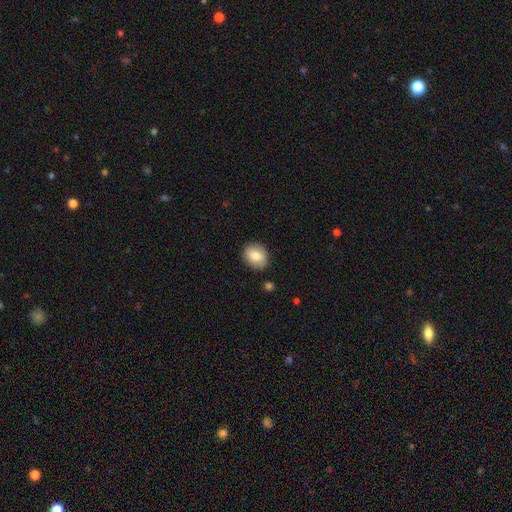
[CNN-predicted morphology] type=smooth (81%); roundness=in between (54%); merging=none (86%).